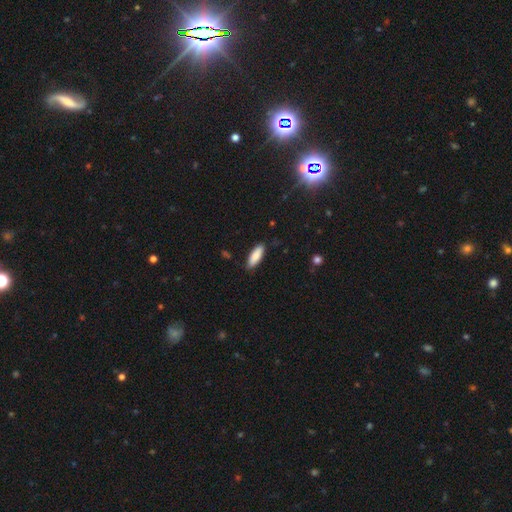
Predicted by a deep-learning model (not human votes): Smooth or featured: smooth — 86% (featured or disk — 8%)
How rounded: in between — 63% (cigar-shaped — 36%)
Merging: none — 85% (minor disturbance — 11%)